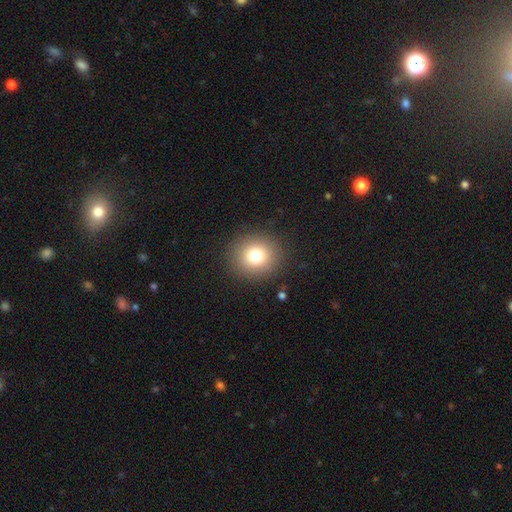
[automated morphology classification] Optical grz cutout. It shows a smooth galaxy with no disk features (77%) that is round (88%). Merging: none (90%).